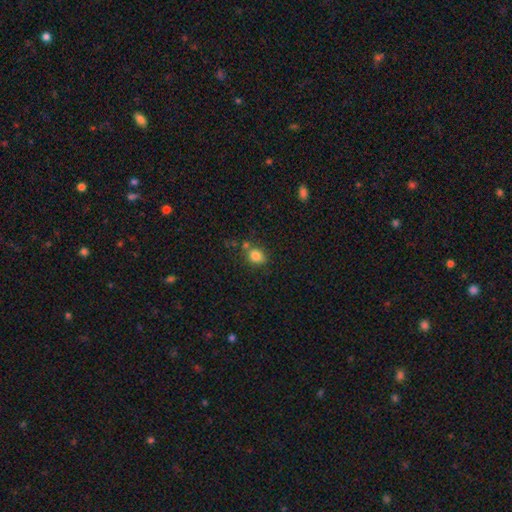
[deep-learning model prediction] Morphology: type=smooth (83%); roundness=round (62%); merging=none (66%).